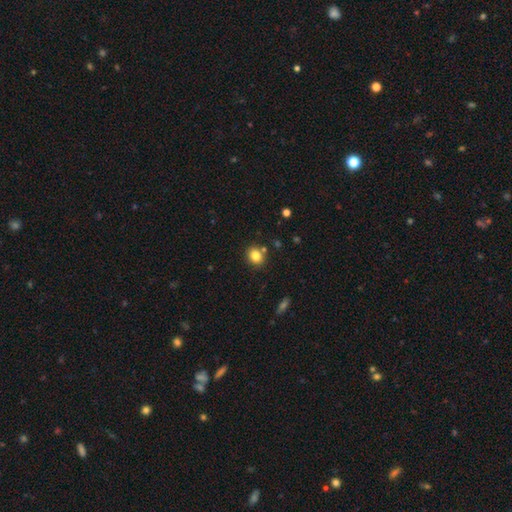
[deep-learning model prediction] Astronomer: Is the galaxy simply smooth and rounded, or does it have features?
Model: smooth — 82%.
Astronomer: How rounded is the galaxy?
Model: round — 71%.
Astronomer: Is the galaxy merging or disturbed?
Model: none — 81%.